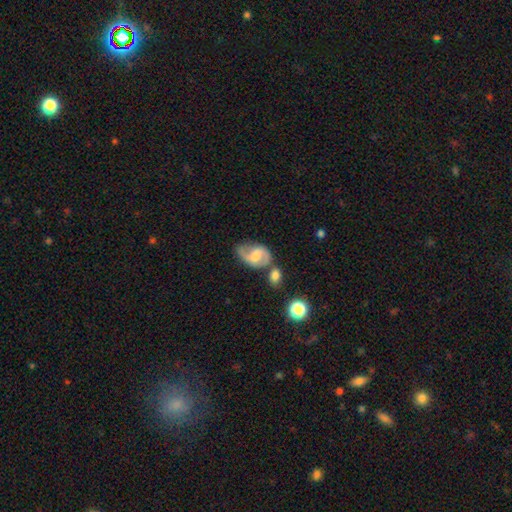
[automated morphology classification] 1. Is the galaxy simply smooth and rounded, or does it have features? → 68% featured or disk, 25% smooth, 7% star or artifact.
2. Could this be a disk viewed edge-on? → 97% no, 3% yes.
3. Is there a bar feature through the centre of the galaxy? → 53% weak, 32% no, 15% strong.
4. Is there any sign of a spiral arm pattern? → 89% yes, 11% no.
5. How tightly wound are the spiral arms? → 49% medium, 34% loose, 17% tight.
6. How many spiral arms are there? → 85% 2, 7% can't tell, 5% 1, 1% 3, 1% 4, 1% more than 4.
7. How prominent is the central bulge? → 52% moderate, 23% small, 14% large, 9% none, 2% dominant.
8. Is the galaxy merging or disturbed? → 50% none, 21% minor disturbance, 20% merger, 9% major disturbance.